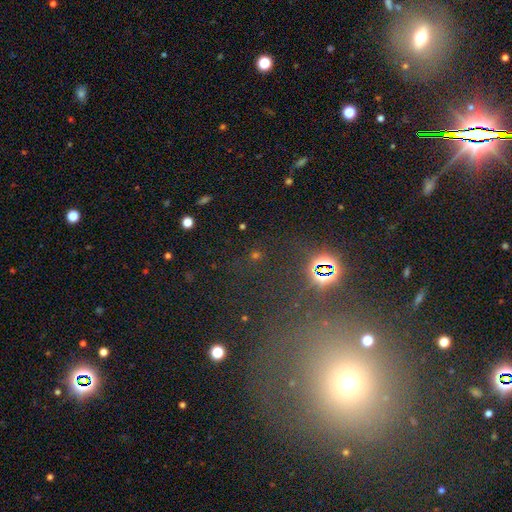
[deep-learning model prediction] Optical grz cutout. It shows a star or artifact, not a galaxy (68%).